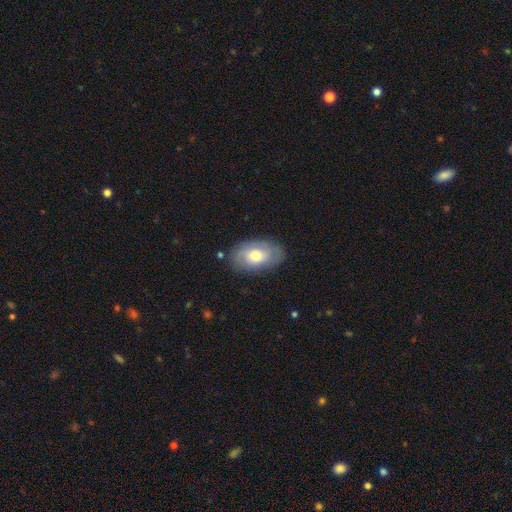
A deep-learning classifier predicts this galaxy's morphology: A smooth galaxy with no disk features (51%) that is in between round and cigar-shaped (91%). Merging: none (79%).